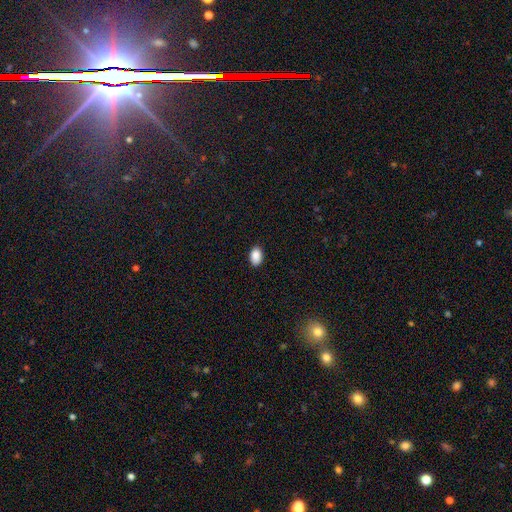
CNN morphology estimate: This appears to be a smooth galaxy with no disk features (89%) that is in between round and cigar-shaped (88%). Merging: none (88%).